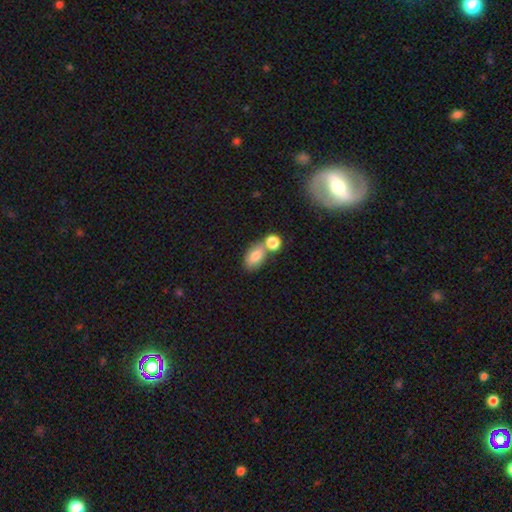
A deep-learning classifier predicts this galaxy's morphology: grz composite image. It shows a smooth galaxy with no disk features (79%) that is in between round and cigar-shaped (84%). Merging: none (43%).